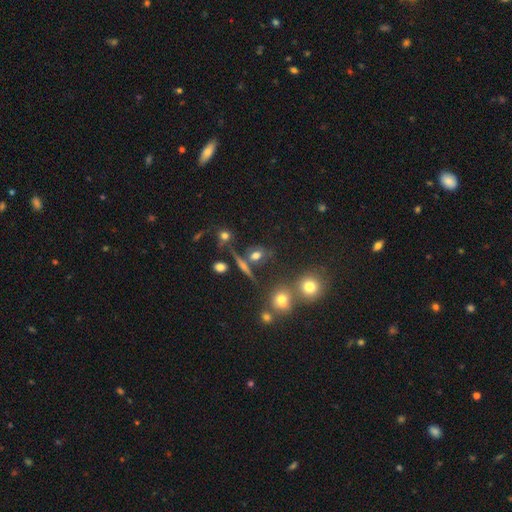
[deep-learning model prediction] A smooth galaxy with no disk features (58%) that is round (51%).

Vote fractions:
- Smooth or featured? smooth: 58% / star or artifact: 22% / featured or disk: 20%
- How rounded? round: 51% / in between: 38% / cigar-shaped: 11%
- Merging? none: 62% / merger: 18% / minor disturbance: 13% / major disturbance: 8%